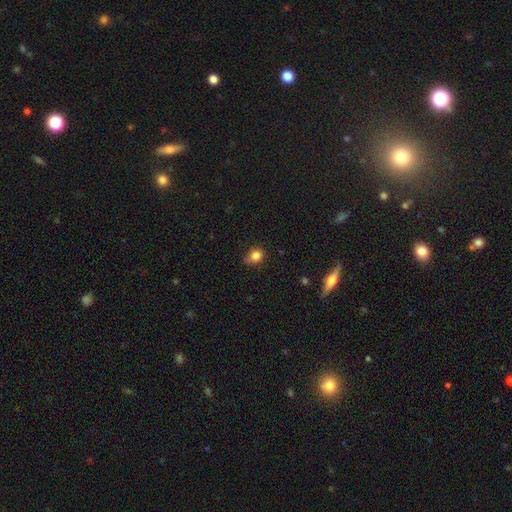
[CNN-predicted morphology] A smooth galaxy with no disk features (83%) that is round (71%).

Vote fractions:
- Smooth or featured? smooth: 83% / star or artifact: 11% / featured or disk: 6%
- How rounded? round: 71% / in between: 28% / cigar-shaped: 1%
- Merging? none: 60% / minor disturbance: 30% / major disturbance: 7% / merger: 3%